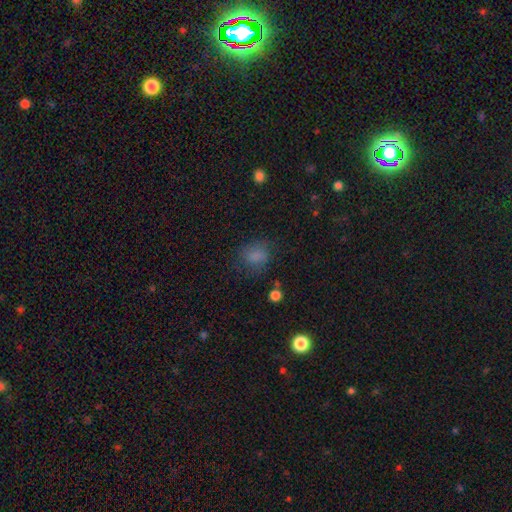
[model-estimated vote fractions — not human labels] A smooth galaxy with no disk features (77%) that is round (55%). Merging: none (67%).